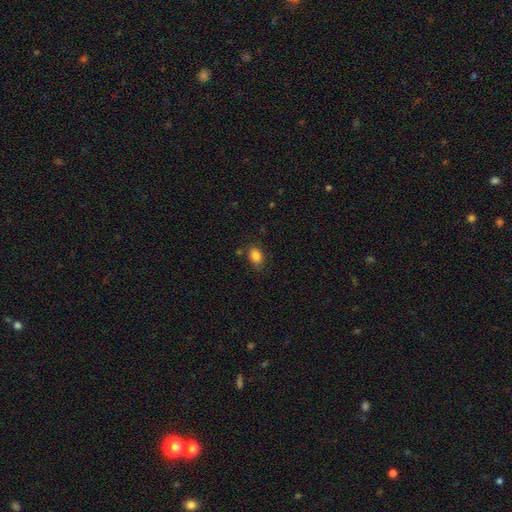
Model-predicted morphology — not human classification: Smooth or featured?
  - smooth: 85% *
  - star or artifact: 9%
  - featured or disk: 5%
How rounded?
  - in between: 79% *
  - round: 20%
  - cigar-shaped: 1%
Merging?
  - none: 74% *
  - minor disturbance: 18%
  - major disturbance: 5%
  - merger: 3%